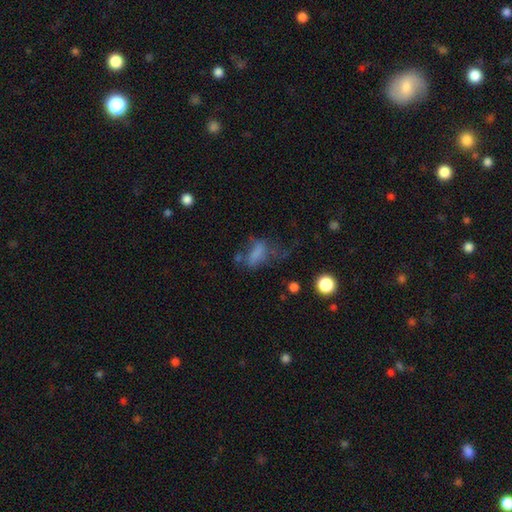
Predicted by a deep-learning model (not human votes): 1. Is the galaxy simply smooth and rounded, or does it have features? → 49% smooth, 29% featured or disk, 22% star or artifact.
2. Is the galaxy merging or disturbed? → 39% major disturbance, 33% none, 22% minor disturbance, 7% merger.